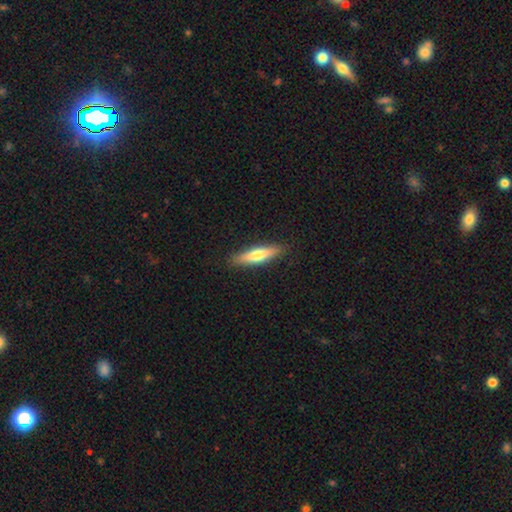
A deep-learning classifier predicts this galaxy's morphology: Smooth or featured: smooth — 59% (featured or disk — 35%)
How rounded: cigar-shaped — 79% (in between — 19%)
Merging: none — 90% (minor disturbance — 8%)